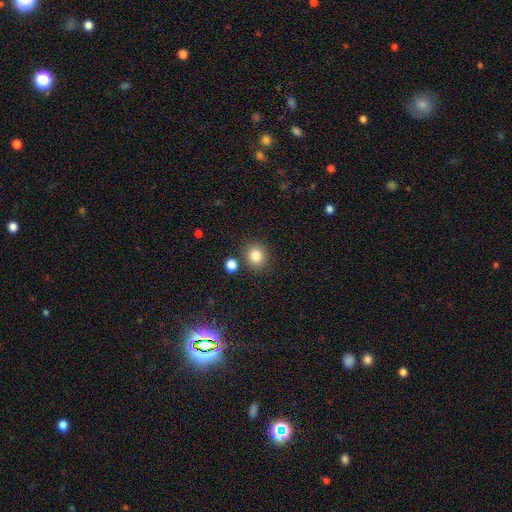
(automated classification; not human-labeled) Morphology: type=smooth (84%); roundness=round (79%); merging=none (82%).